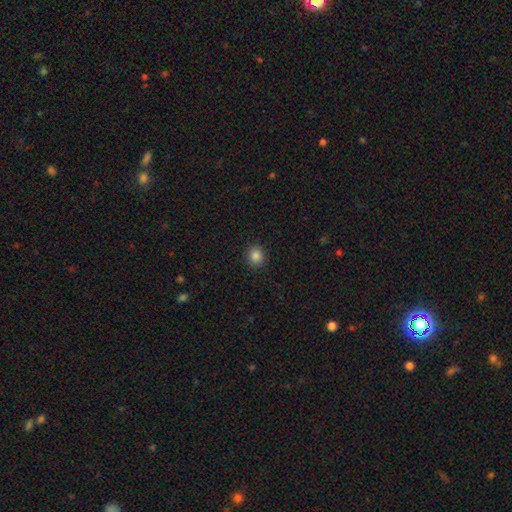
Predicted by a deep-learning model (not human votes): The model was most divided on "how rounded": round: 83%, in between: 16%, cigar-shaped: 1%. More confident: merging — none (91%); smooth or featured — smooth (85%).